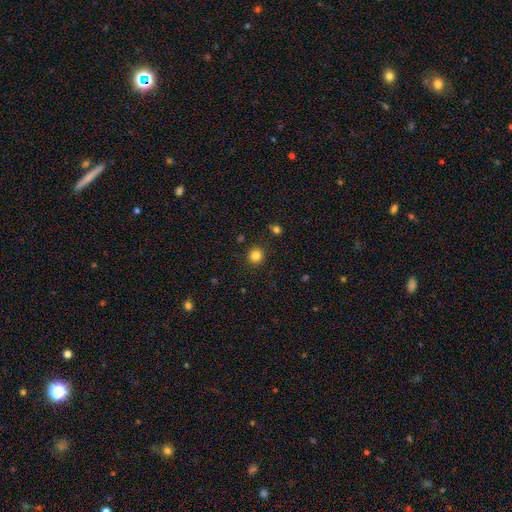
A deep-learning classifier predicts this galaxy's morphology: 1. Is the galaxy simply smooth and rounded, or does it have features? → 83% smooth, 12% star or artifact, 4% featured or disk.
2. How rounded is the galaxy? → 92% round, 7% in between, 1% cigar-shaped.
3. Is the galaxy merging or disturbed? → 90% none, 6% minor disturbance, 2% major disturbance, 2% merger.